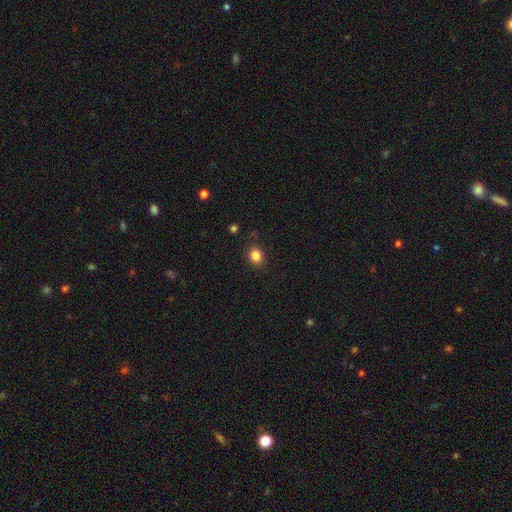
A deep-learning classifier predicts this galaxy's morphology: smooth-or-featured: smooth: 84% | star or artifact: 11% | featured or disk: 4%
  how-rounded: round: 68% | in between: 31% | cigar-shaped: 1%
  merging: none: 87% | minor disturbance: 9% | major disturbance: 3% | merger: 2%